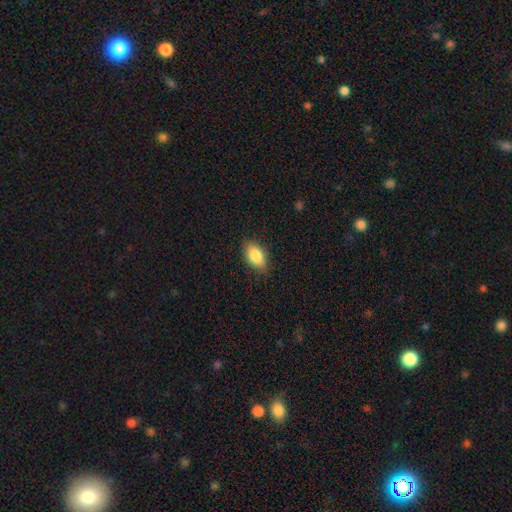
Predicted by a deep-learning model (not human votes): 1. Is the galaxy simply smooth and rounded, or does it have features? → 86% smooth, 7% star or artifact, 6% featured or disk.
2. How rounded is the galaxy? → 92% in between, 6% round, 2% cigar-shaped.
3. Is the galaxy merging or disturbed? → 84% none, 12% minor disturbance, 3% major disturbance, 1% merger.